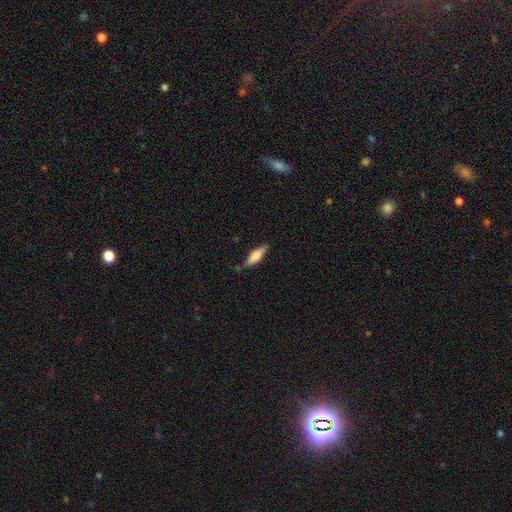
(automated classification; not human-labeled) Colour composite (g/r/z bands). It shows a smooth galaxy with no disk features (51%) that is cigar-shaped (62%). Merging: none (78%).